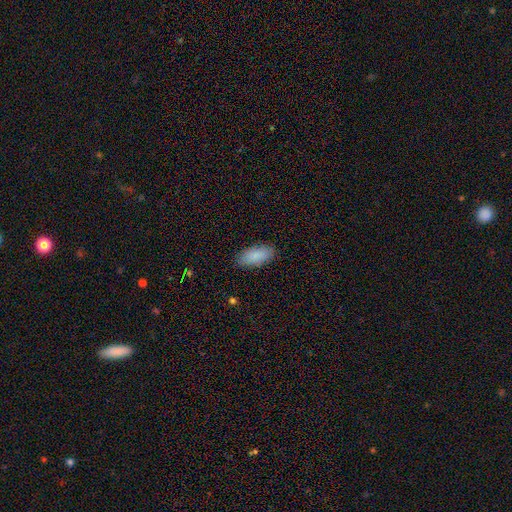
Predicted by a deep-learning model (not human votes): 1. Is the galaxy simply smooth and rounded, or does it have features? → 88% smooth, 6% star or artifact, 6% featured or disk.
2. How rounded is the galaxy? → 88% in between, 10% cigar-shaped, 2% round.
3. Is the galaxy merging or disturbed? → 87% none, 10% minor disturbance, 2% major disturbance, 1% merger.